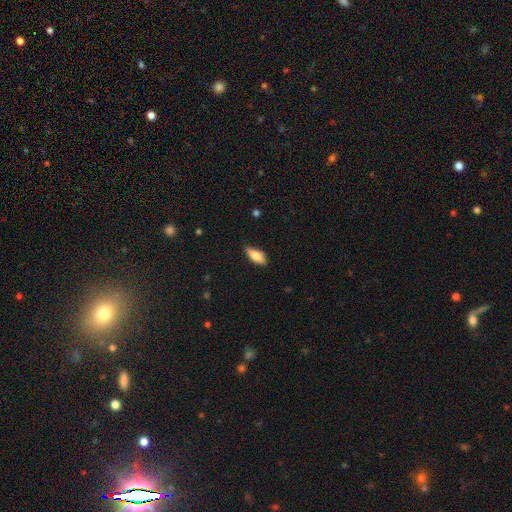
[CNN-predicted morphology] Smooth or featured? Predicted: smooth (p=0.74). How rounded? Predicted: in between (p=0.74). Merging? Predicted: none (p=0.83).